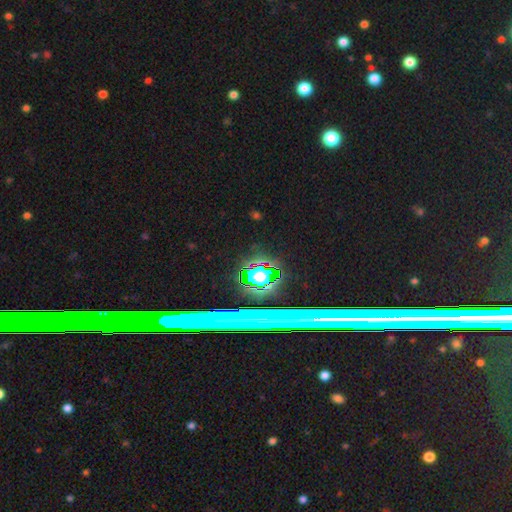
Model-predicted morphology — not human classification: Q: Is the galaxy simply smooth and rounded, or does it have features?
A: star or artifact — 76%.